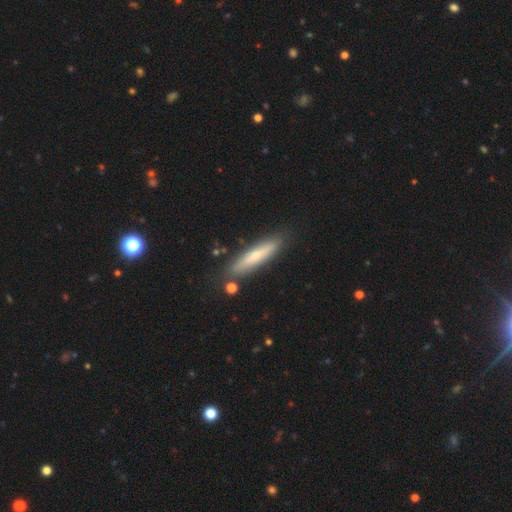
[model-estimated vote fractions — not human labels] This appears to be a smooth galaxy with no disk features (56%) that is cigar-shaped (86%). Merging: none (84%).